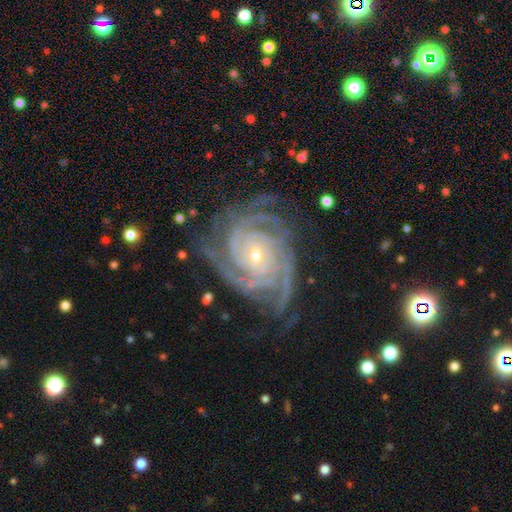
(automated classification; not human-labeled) Smooth or featured? featured or disk (92%)
Edge-on disk? no (97%)
Bar? no (72%)
Spiral arms? yes (99%)
Spiral winding? tight (78%)
Spiral arm count? 4 (35%)
Bulge size? small (75%)
Merging? none (74%)